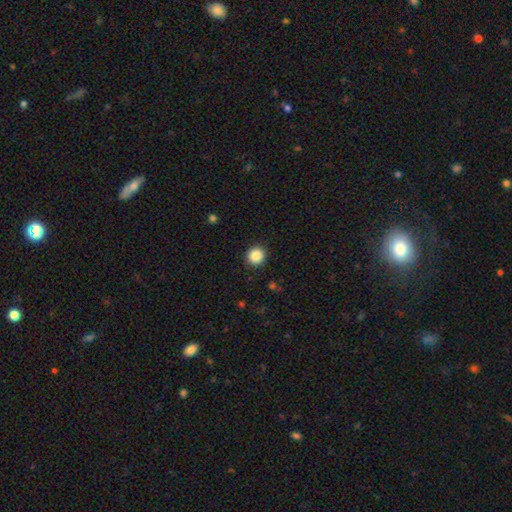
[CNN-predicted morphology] smooth 87%, star or artifact 9%, featured or disk 3%. Down the decision tree: how rounded — round (91%); merging — none (92%).